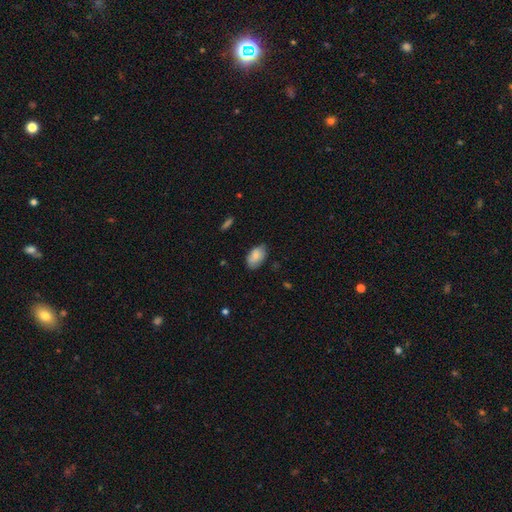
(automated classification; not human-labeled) smooth_or_featured: smooth (p=0.86) [alt: featured or disk p=0.07]
how_rounded: in between (p=0.94) [alt: round p=0.05]
merging: none (p=0.77) [alt: minor disturbance p=0.18]